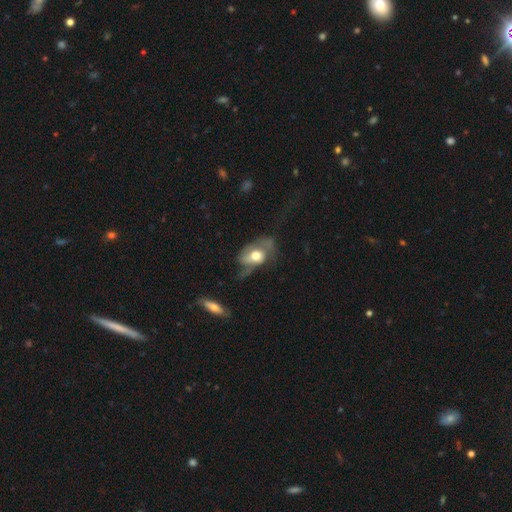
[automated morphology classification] smooth-or-featured: featured or disk: 50% | smooth: 42% | star or artifact: 7%
  disk-edge-on: no: 91% | yes: 9%
  merging: major disturbance: 37% | none: 32% | minor disturbance: 27% | merger: 5%